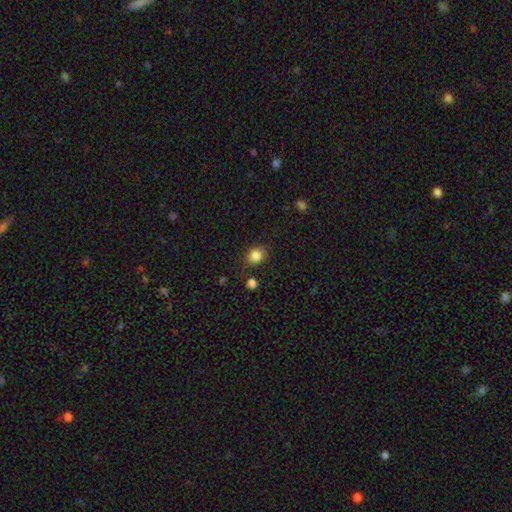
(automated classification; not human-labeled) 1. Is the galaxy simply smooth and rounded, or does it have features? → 84% smooth, 11% star or artifact, 5% featured or disk.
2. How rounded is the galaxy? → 66% round, 33% in between, 1% cigar-shaped.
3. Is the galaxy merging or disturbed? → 75% none, 16% minor disturbance, 5% major disturbance, 5% merger.